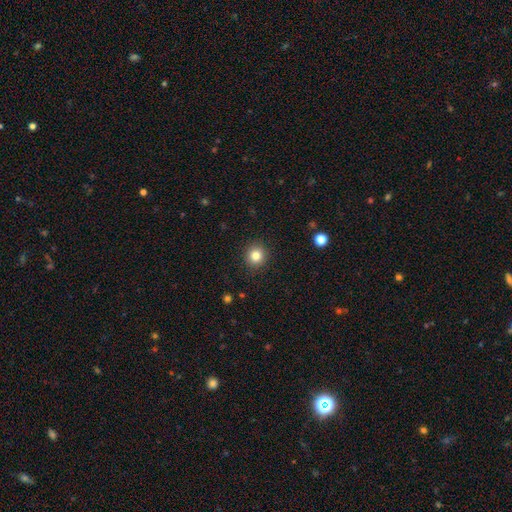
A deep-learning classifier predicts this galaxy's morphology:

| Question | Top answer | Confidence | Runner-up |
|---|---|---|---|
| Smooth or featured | smooth | 82% | star or artifact (12%) |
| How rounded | round | 91% | in between (8%) |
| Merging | none | 91% | minor disturbance (6%) |